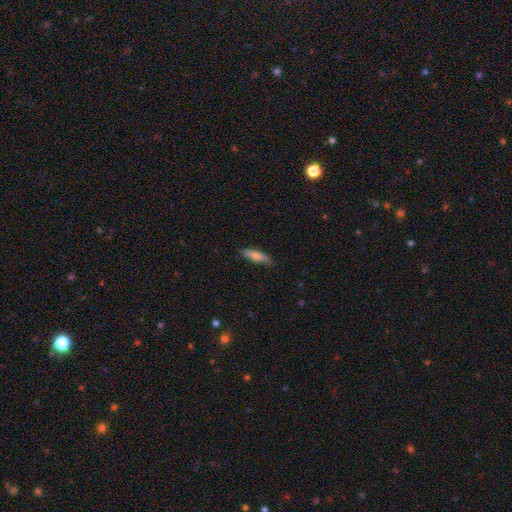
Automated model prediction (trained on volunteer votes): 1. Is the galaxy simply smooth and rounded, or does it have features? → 69% smooth, 24% featured or disk, 6% star or artifact.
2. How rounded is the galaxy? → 58% cigar-shaped, 40% in between, 2% round.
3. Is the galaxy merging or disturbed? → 86% none, 11% minor disturbance, 2% major disturbance, 1% merger.